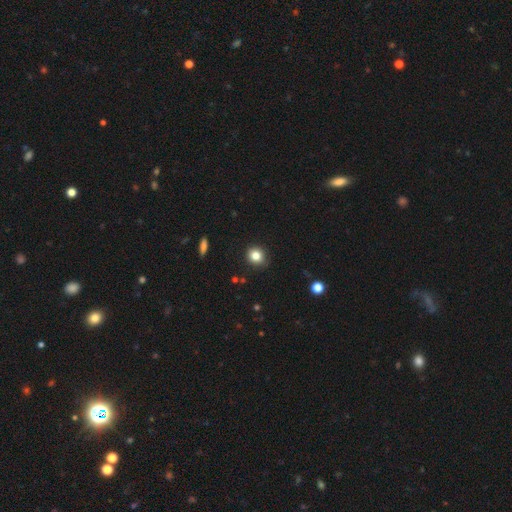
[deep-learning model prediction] Q: Smooth or featured?
A: smooth (82%); runner-up: star or artifact (11%)
Q: How rounded?
A: round (83%); runner-up: in between (16%)
Q: Merging?
A: none (88%); runner-up: minor disturbance (9%)